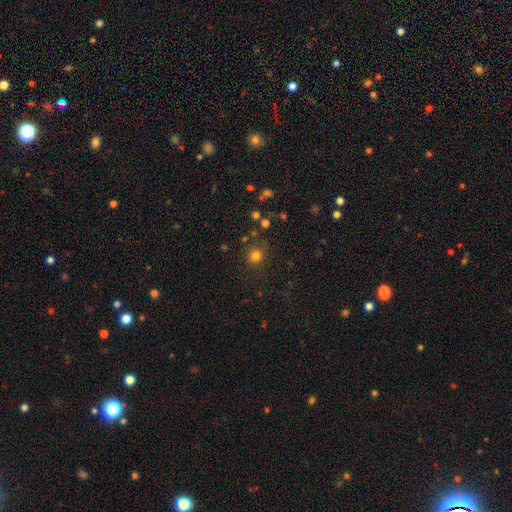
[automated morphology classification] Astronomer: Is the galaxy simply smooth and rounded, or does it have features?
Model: smooth — 78%.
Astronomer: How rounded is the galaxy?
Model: round — 88%.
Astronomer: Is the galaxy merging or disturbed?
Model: none — 80%.